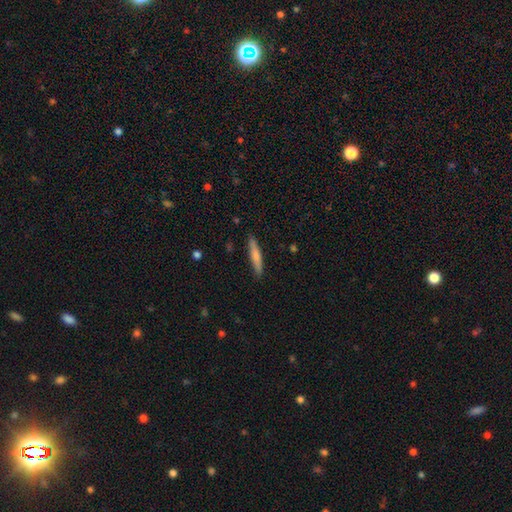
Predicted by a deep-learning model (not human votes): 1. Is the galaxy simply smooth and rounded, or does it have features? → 71% smooth, 24% featured or disk, 6% star or artifact.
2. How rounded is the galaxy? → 91% cigar-shaped, 8% in between, 1% round.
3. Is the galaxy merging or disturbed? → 89% none, 8% minor disturbance, 2% major disturbance, 1% merger.